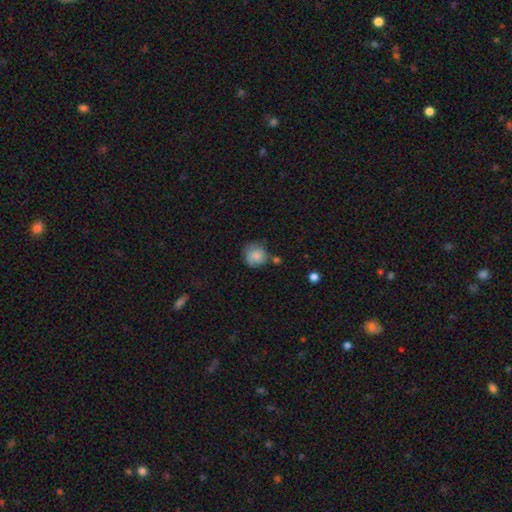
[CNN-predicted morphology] Q: Smooth or featured?
A: smooth (77%); runner-up: featured or disk (15%)
Q: How rounded?
A: round (86%); runner-up: in between (13%)
Q: Merging?
A: none (60%); runner-up: minor disturbance (25%)